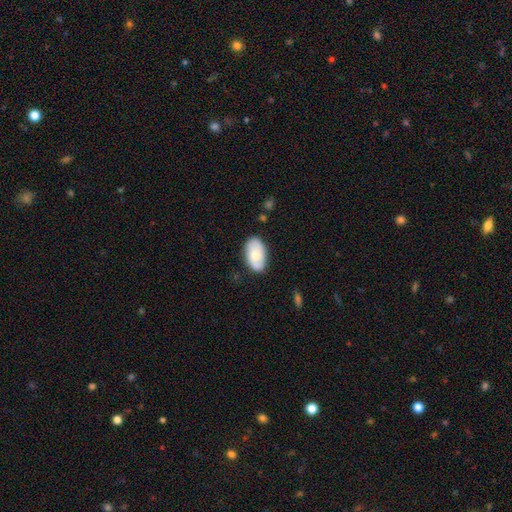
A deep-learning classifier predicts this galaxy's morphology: Smooth or featured: smooth — 63% (featured or disk — 31%)
How rounded: in between — 93% (round — 5%)
Merging: none — 78% (minor disturbance — 17%)